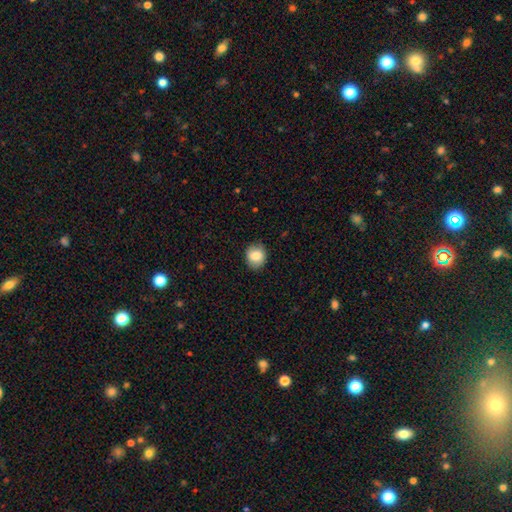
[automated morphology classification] smooth-or-featured: smooth: 83% | featured or disk: 9% | star or artifact: 8%
  how-rounded: round: 70% | in between: 29% | cigar-shaped: 1%
  merging: none: 85% | minor disturbance: 11% | major disturbance: 2% | merger: 1%